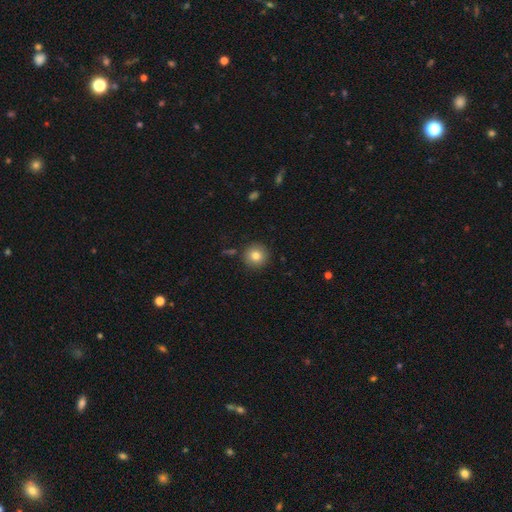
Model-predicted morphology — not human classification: The model was most divided on "smooth or featured": smooth: 81%, star or artifact: 10%, featured or disk: 9%. More confident: how rounded — round (95%); merging — none (90%).